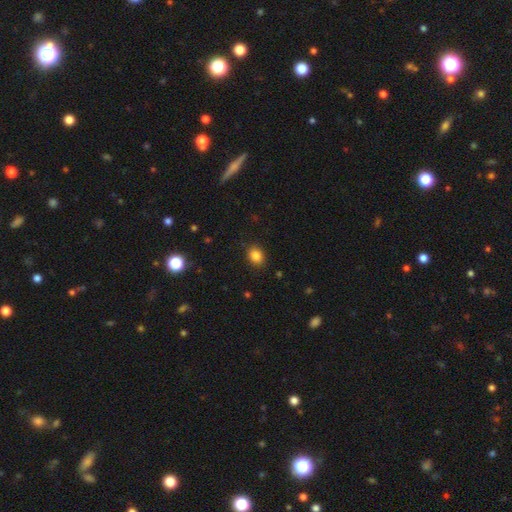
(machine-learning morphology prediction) A smooth galaxy with no disk features (85%) that is round (52%). Merging: none (88%).